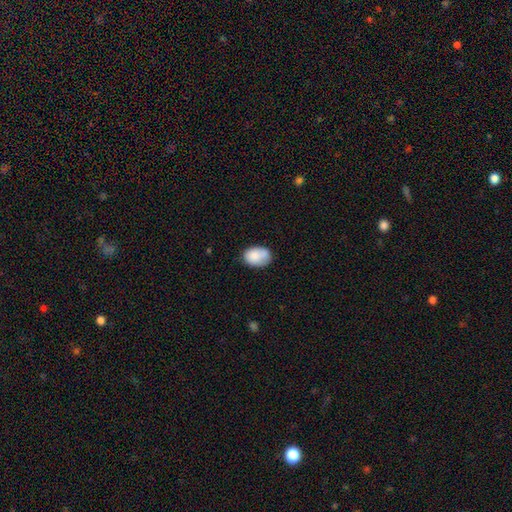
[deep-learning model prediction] This is clearly a smooth galaxy (83%). How rounded: likely in between (79%). Merging: possibly none (60%).